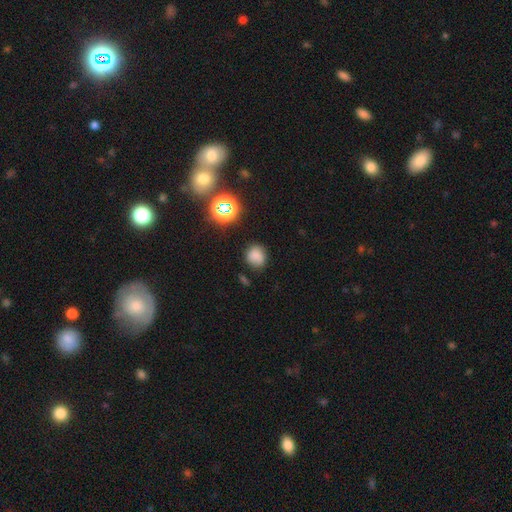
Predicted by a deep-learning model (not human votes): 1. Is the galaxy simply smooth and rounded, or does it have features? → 76% smooth, 17% star or artifact, 7% featured or disk.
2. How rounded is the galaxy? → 77% round, 21% in between, 1% cigar-shaped.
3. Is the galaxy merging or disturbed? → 78% none, 16% minor disturbance, 4% major disturbance, 3% merger.